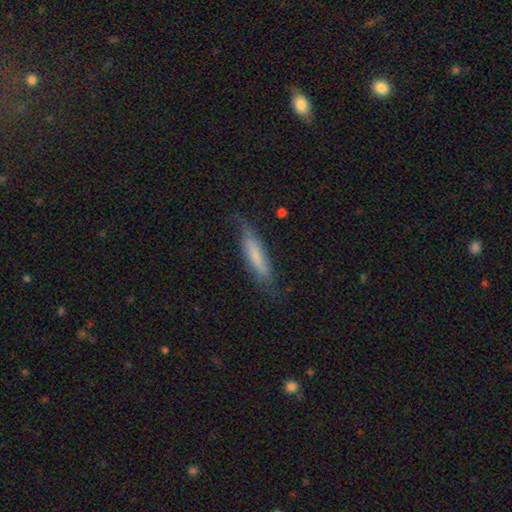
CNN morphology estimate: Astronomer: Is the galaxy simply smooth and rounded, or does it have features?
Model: smooth — 63%.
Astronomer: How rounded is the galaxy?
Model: cigar-shaped — 81%.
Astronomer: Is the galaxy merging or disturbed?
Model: none — 64%.